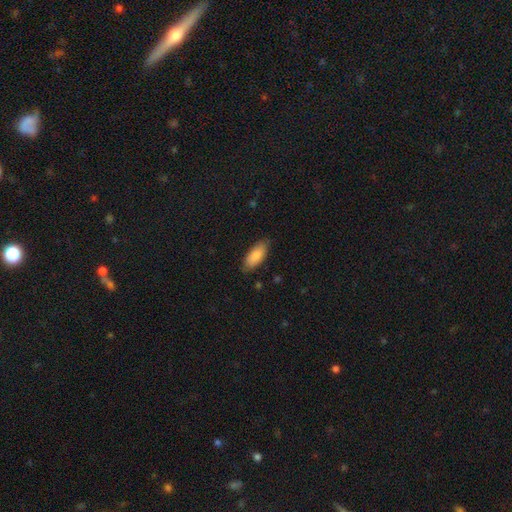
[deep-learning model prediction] Smooth or featured: smooth — 87% (featured or disk — 8%)
How rounded: in between — 84% (cigar-shaped — 15%)
Merging: none — 83% (minor disturbance — 14%)